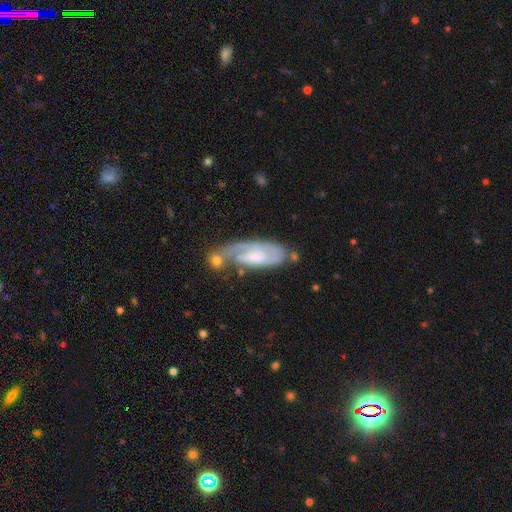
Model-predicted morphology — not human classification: The model was most divided on "bulge size": small: 40%, moderate: 37%, none: 13%, large: 8%, dominant: 2%. Remaining: edge-on disk — no (90%); spiral arms — yes (85%); smooth or featured — featured or disk (70%); bar — no (54%); spiral winding — tight (52%); spiral arm count — 1 (43%); merging — none (42%).